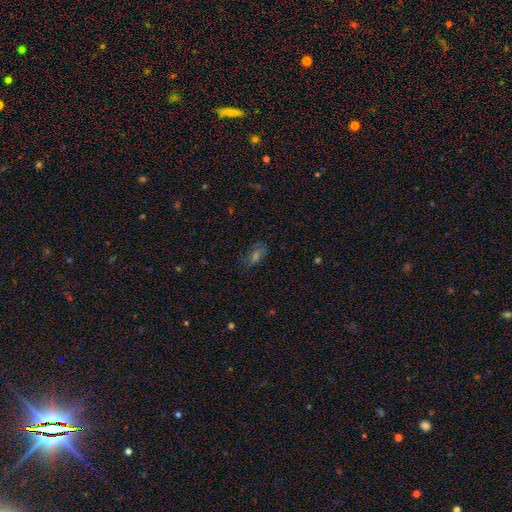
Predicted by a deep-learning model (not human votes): Smooth or featured? smooth (40%)
Merging? none (73%)